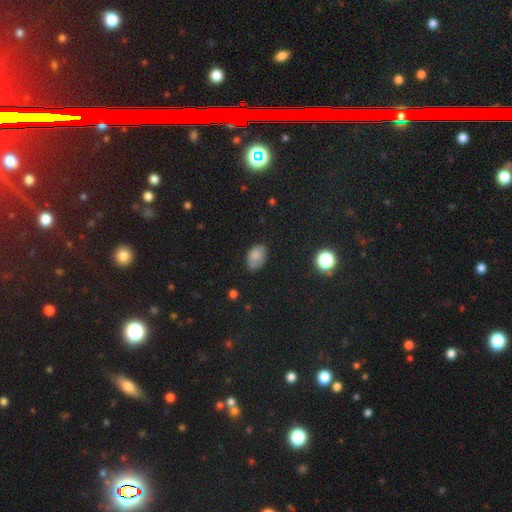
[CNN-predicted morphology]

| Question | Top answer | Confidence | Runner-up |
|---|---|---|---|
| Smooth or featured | smooth | 77% | star or artifact (12%) |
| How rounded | in between | 86% | round (13%) |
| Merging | none | 66% | minor disturbance (27%) |